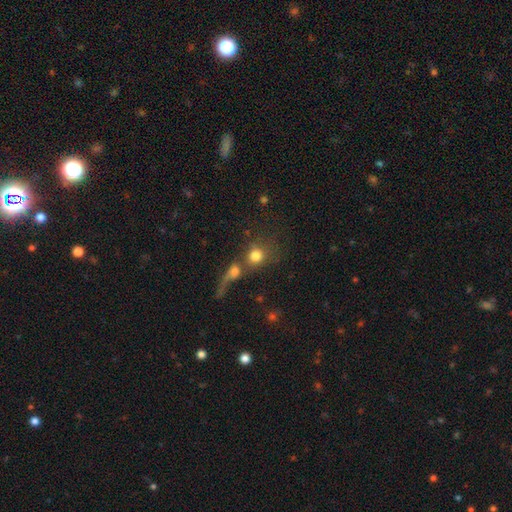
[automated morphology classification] This is likely a smooth galaxy (74%). How rounded: likely round (78%). Merging: possibly merger (54%).